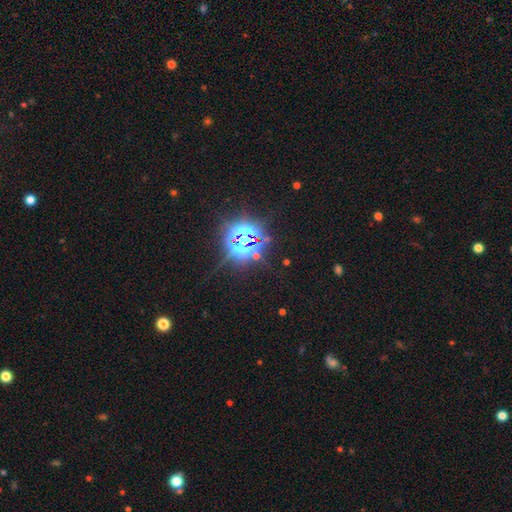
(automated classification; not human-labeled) Smooth or featured: star or artifact — 83% (smooth — 9%)